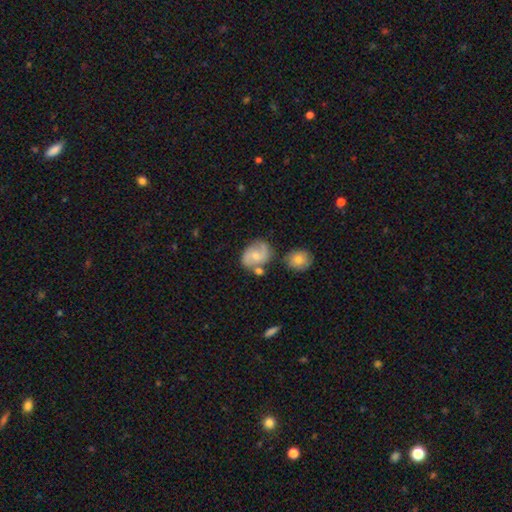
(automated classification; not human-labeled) Morphology: type=featured or disk (59%); edge-on=no (97%); bar=no (59%); spiral arms=yes (87%); bulge=small (46%, tied with moderate); merging=none (60%).